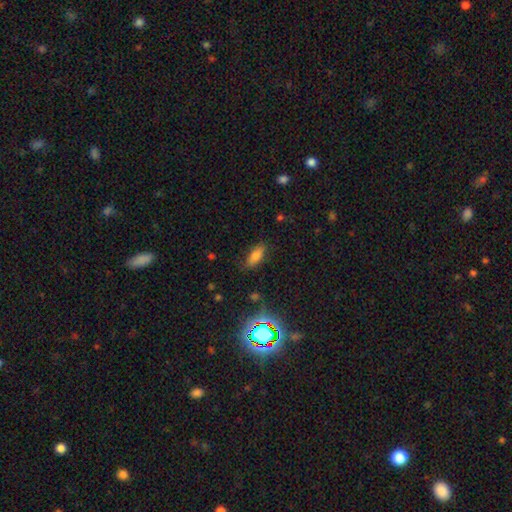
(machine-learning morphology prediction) Q: Smooth or featured?
A: smooth (73%); runner-up: star or artifact (15%)
Q: How rounded?
A: in between (79%); runner-up: cigar-shaped (18%)
Q: Merging?
A: none (80%); runner-up: minor disturbance (14%)